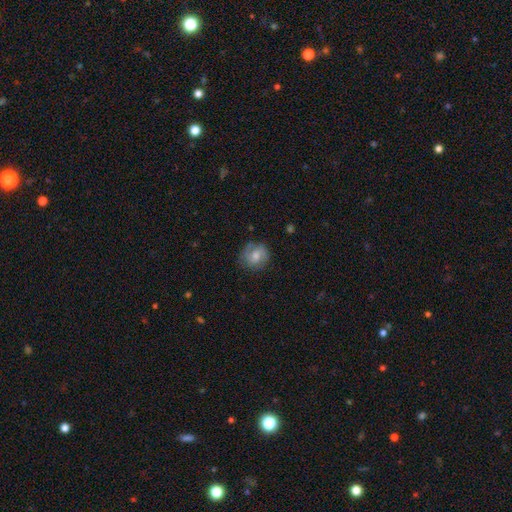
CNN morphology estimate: smooth_or_featured: smooth (p=0.52) [alt: featured or disk p=0.39]
how_rounded: round (p=0.82) [alt: in between p=0.17]
merging: none (p=0.73) [alt: minor disturbance p=0.19]